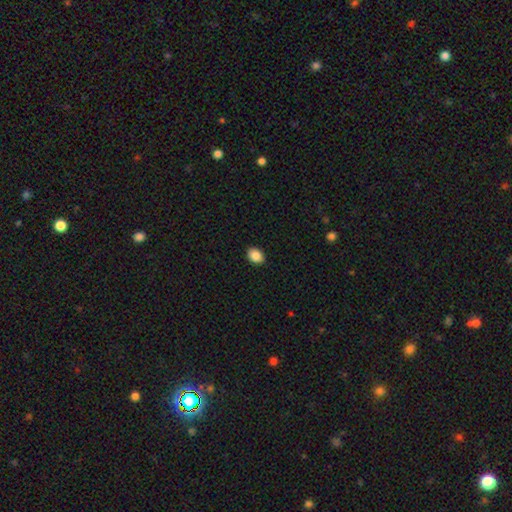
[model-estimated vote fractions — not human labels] Smooth or featured? Predicted: smooth (p=0.88). How rounded? Predicted: in between (p=0.72). Merging? Predicted: none (p=0.90).